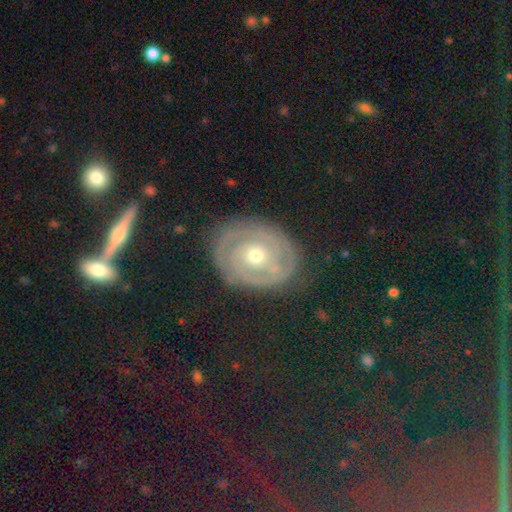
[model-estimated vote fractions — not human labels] A featured or disk galaxy (69%) with no bar (75%), 2 (46%) tight (79%) spiral arms (78%) and a moderate central bulge (65%).

Vote fractions:
- Smooth or featured? featured or disk: 69% / star or artifact: 17% / smooth: 14%
- Edge-on disk? no: 95% / yes: 5%
- Bar? no: 75% / weak: 18% / strong: 7%
- Spiral arms? yes: 78% / no: 22%
- Spiral winding? tight: 79% / medium: 15% / loose: 6%
- Spiral arm count? 2: 46% / can't tell: 30% / 3: 8% / 1: 6% / 4: 5% / more than 4: 5%
- Bulge size? moderate: 65% / small: 30% / large: 3% / dominant: 1% / none: 1%
- Merging? none: 82% / minor disturbance: 12% / major disturbance: 4% / merger: 2%